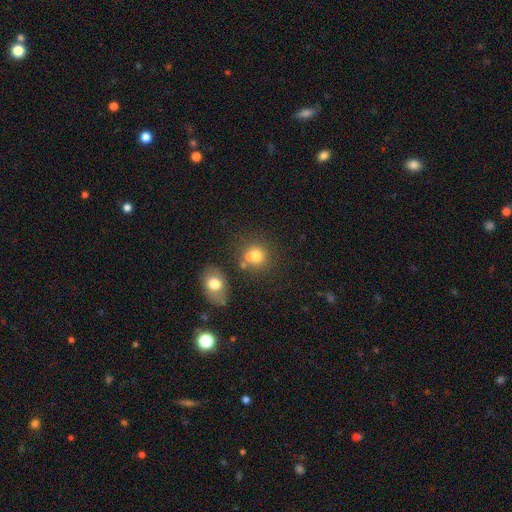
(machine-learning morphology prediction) Smooth or featured? Predicted: smooth (p=0.74). How rounded? Predicted: round (p=0.82). Merging? Predicted: none (p=0.56).